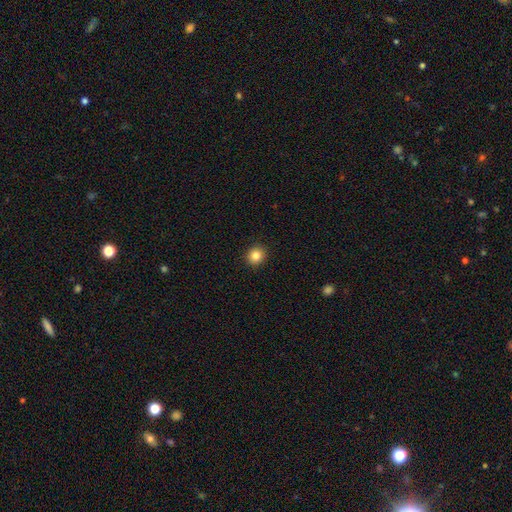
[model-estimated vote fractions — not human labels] Smooth or featured? Predicted: smooth (p=0.84). How rounded? Predicted: round (p=0.88). Merging? Predicted: none (p=0.92).